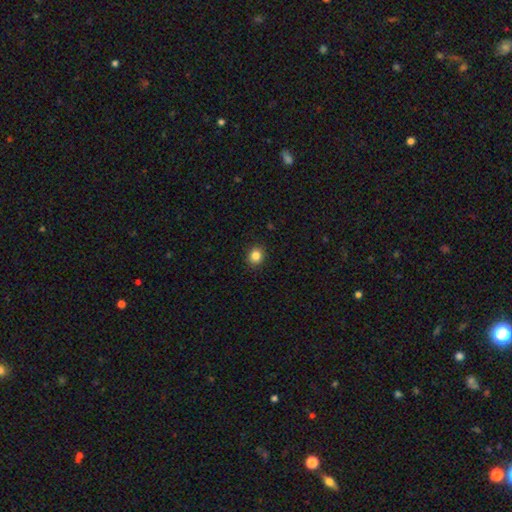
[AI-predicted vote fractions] Smooth or featured?
  - smooth: 85% *
  - star or artifact: 11%
  - featured or disk: 4%
How rounded?
  - round: 81% *
  - in between: 18%
  - cigar-shaped: 1%
Merging?
  - none: 91% *
  - minor disturbance: 6%
  - major disturbance: 2%
  - merger: 1%